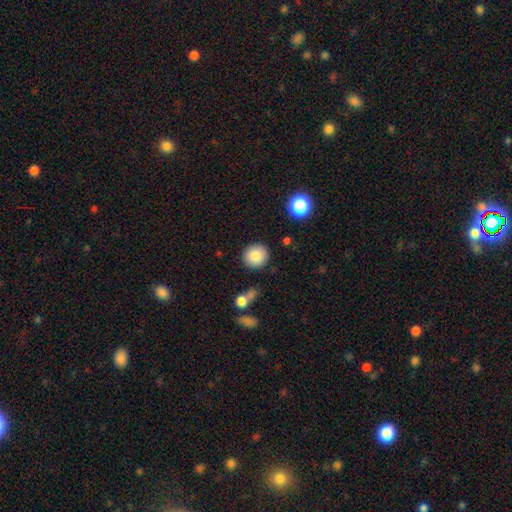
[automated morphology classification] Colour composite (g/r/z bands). It shows a smooth galaxy with no disk features (86%) that is round (89%). Merging: none (88%).